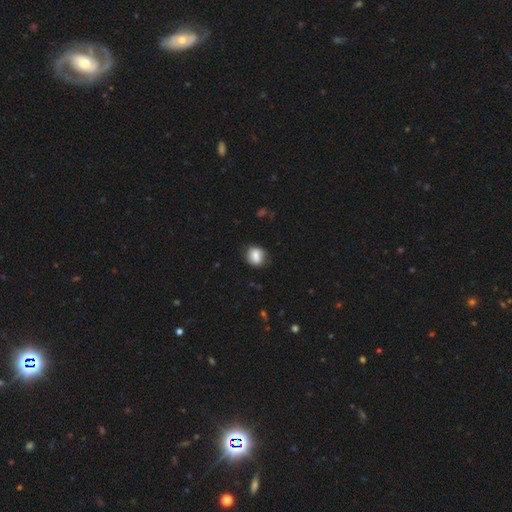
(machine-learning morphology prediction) This appears to be a smooth galaxy with no disk features (80%) that is round (57%). Merging: none (77%).